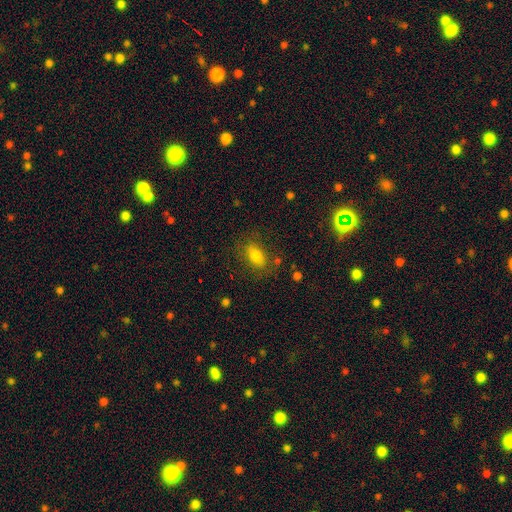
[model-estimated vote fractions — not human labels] smooth_or_featured: smooth (p=0.77) [alt: featured or disk p=0.12]
how_rounded: in between (p=0.82) [alt: round p=0.12]
merging: none (p=0.76) [alt: minor disturbance p=0.15]